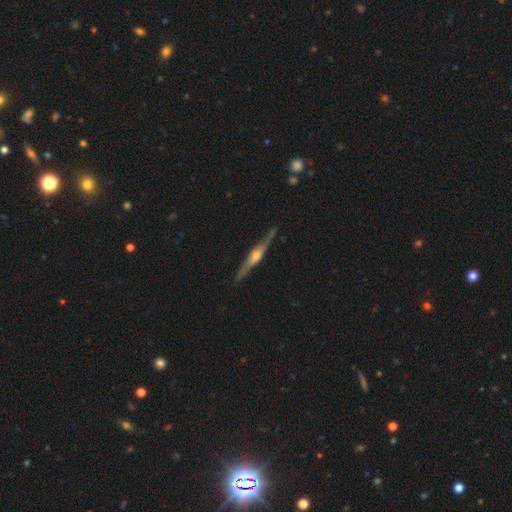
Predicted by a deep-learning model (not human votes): A featured or disk galaxy (83%) viewed edge-on (97%) with a rounded central bulge (86%).

Vote fractions:
- Smooth or featured? featured or disk: 83% / smooth: 12% / star or artifact: 5%
- Edge-on disk? yes: 97% / no: 3%
- Edge-on bulge? rounded: 86% / boxy: 10% / none: 4%
- Merging? none: 87% / minor disturbance: 10% / major disturbance: 2% / merger: 1%